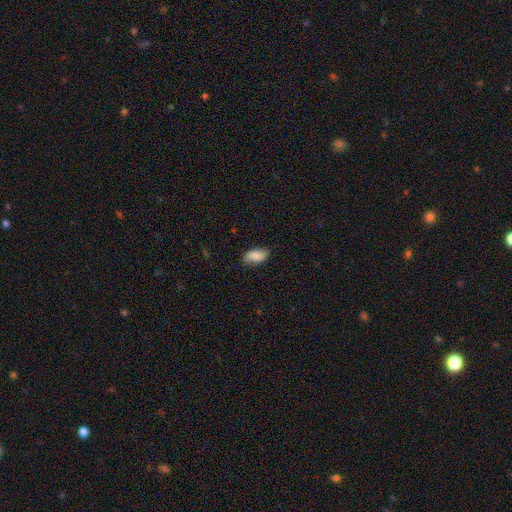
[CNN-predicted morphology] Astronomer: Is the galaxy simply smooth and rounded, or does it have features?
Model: smooth — 82%.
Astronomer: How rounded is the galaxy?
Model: in between — 93%.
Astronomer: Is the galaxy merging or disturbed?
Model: none — 79%.